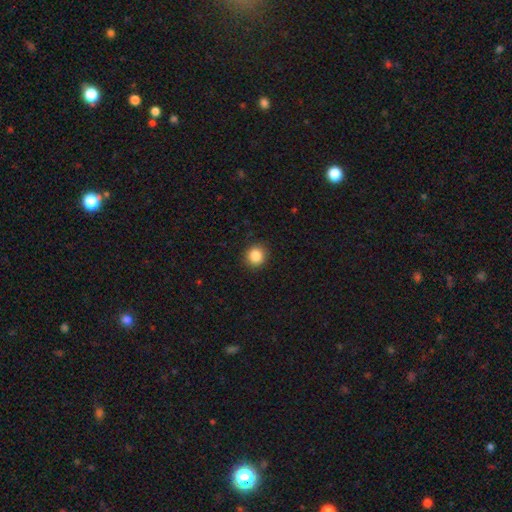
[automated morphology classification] This appears to be a smooth galaxy with no disk features (86%) that is round (88%). Merging: none (91%).